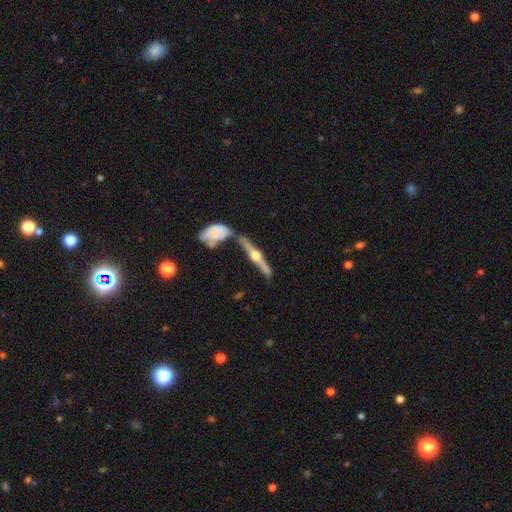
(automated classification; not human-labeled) Smooth or featured? Predicted: featured or disk (p=0.79). Edge-on disk? Predicted: yes (p=0.95). Edge-on bulge? Predicted: rounded (p=0.95). Merging? Predicted: none (p=0.62).